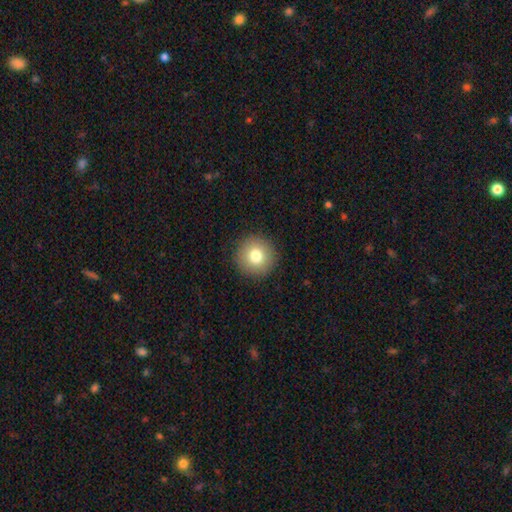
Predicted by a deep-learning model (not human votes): smooth 78%, featured or disk 12%, star or artifact 10%. Down the decision tree: how rounded — round (95%); merging — none (92%).